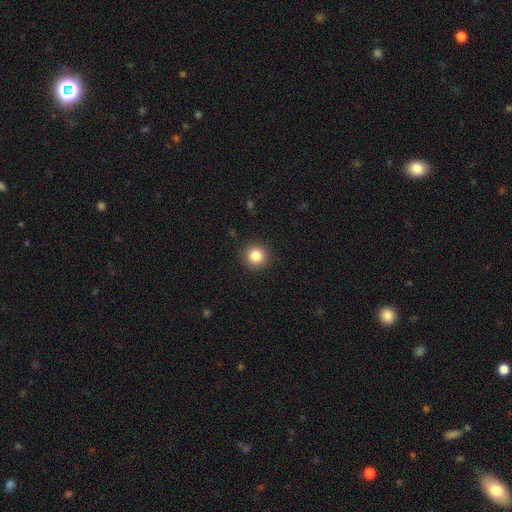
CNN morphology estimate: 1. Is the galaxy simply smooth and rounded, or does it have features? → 84% smooth, 10% star or artifact, 6% featured or disk.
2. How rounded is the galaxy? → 95% round, 4% in between, 1% cigar-shaped.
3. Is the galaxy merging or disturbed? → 92% none, 5% minor disturbance, 2% major disturbance, 1% merger.